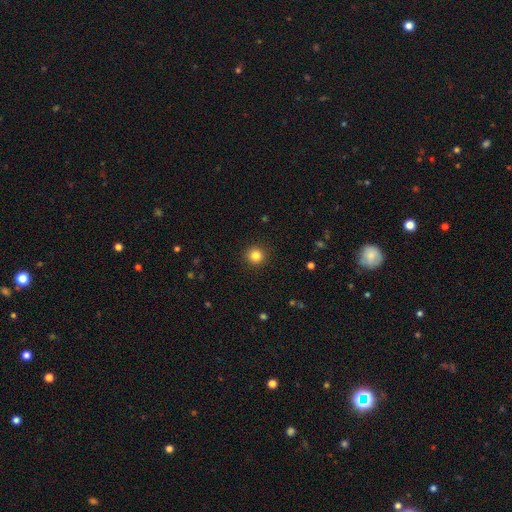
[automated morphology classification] The model was most divided on "smooth or featured": smooth: 83%, star or artifact: 12%, featured or disk: 5%. More confident: how rounded — round (94%); merging — none (92%).